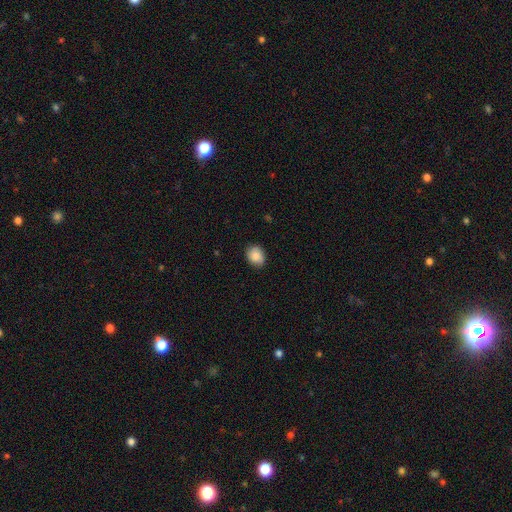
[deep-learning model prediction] A smooth galaxy with no disk features (85%) that is in between round and cigar-shaped (50%). Merging: none (82%).